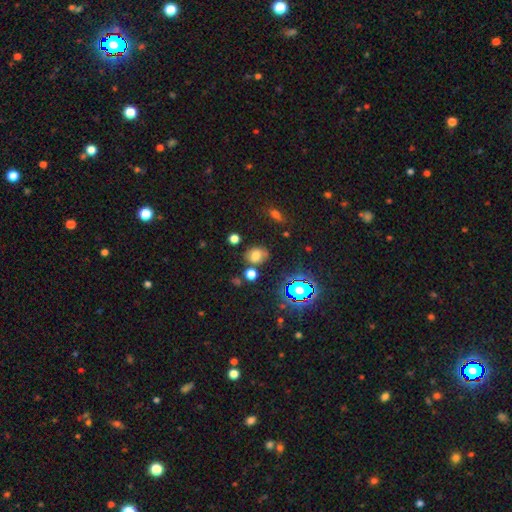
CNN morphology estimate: type=smooth (67%); roundness=round (57%); merging=none (71%).